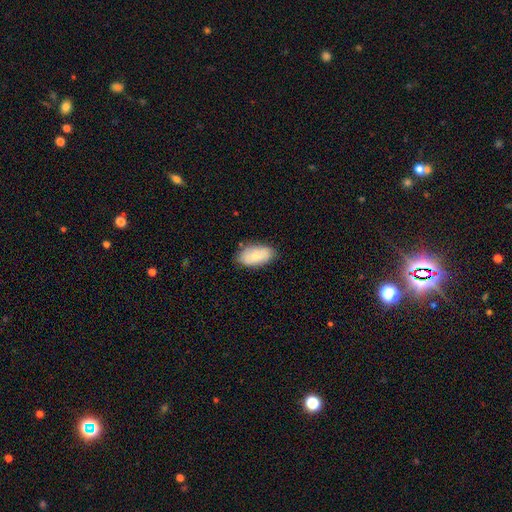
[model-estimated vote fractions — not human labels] This is likely a smooth galaxy (79%). How rounded: clearly in between (95%). Merging: likely none (79%).